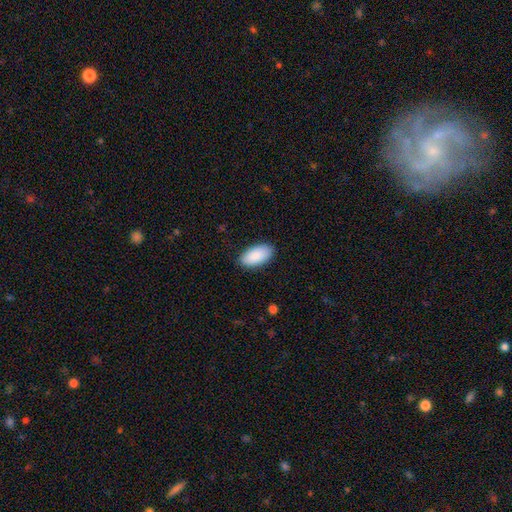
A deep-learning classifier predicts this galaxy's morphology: Overall: smooth (89%). How rounded: in between (96%). Merging: none (87%).